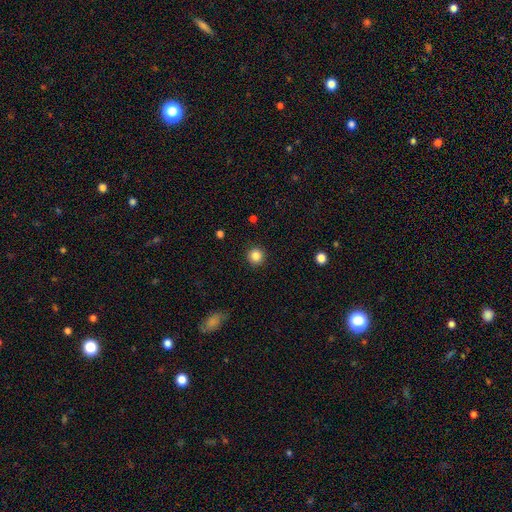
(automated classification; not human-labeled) A smooth galaxy with no disk features (85%) that is round (95%). Merging: none (92%).